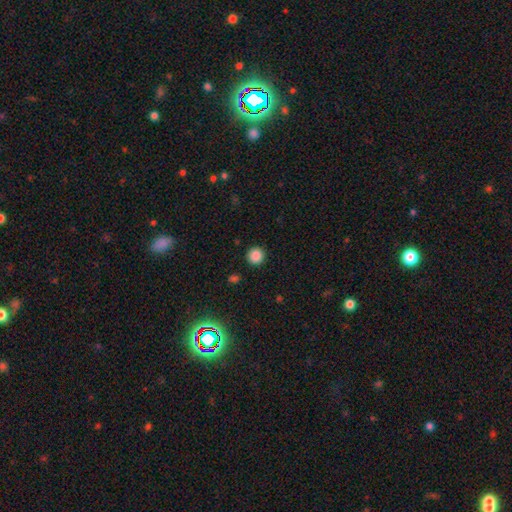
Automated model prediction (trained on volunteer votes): A smooth galaxy with no disk features (86%) that is round (94%). Merging: none (91%).